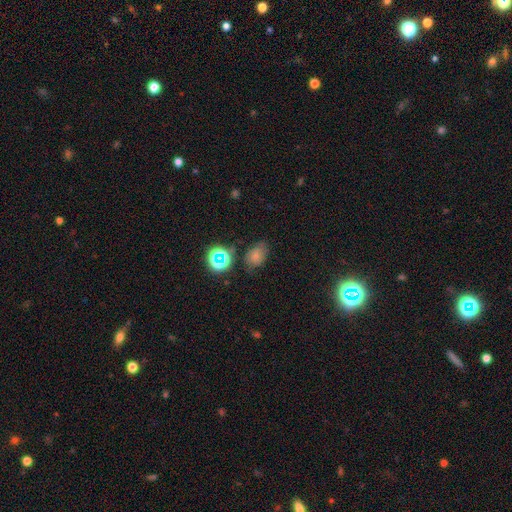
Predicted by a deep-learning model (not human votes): smooth-or-featured: smooth: 67% | star or artifact: 21% | featured or disk: 12%
  how-rounded: in between: 72% | round: 26% | cigar-shaped: 1%
  merging: none: 65% | minor disturbance: 24% | major disturbance: 7% | merger: 4%